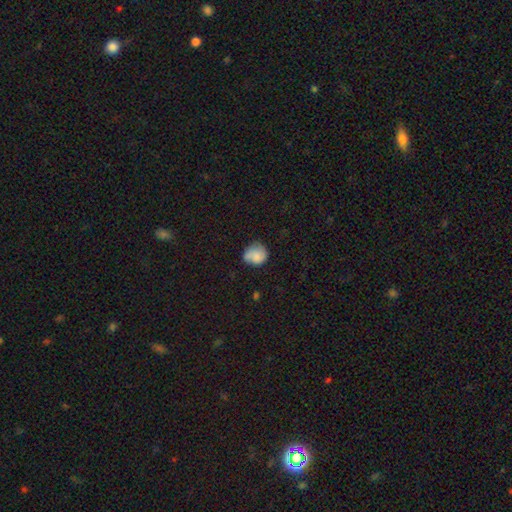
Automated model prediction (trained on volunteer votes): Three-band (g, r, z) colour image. It shows a smooth galaxy with no disk features (78%) that is round (79%). Merging: none (53%).